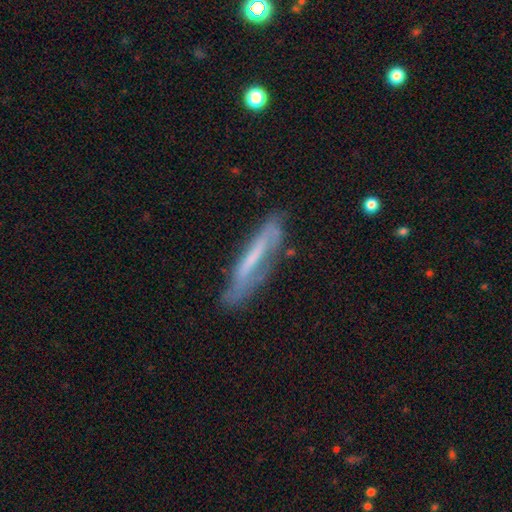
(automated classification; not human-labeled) Morphology: type=featured or disk (54%); edge-on=yes (62%); merging=none (66%).